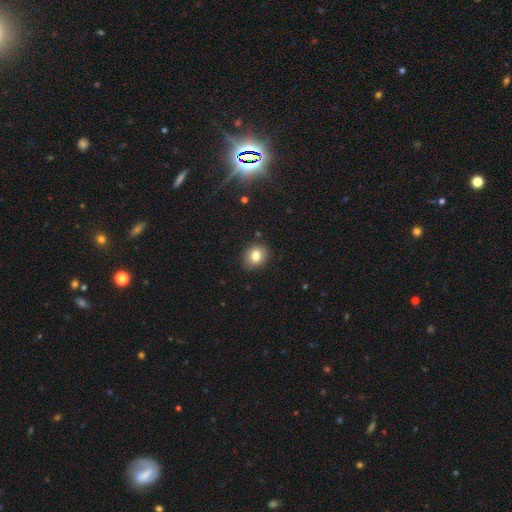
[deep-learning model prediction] Overall: smooth (80%). How rounded: round (58%; in between 41%). Merging: none (87%).